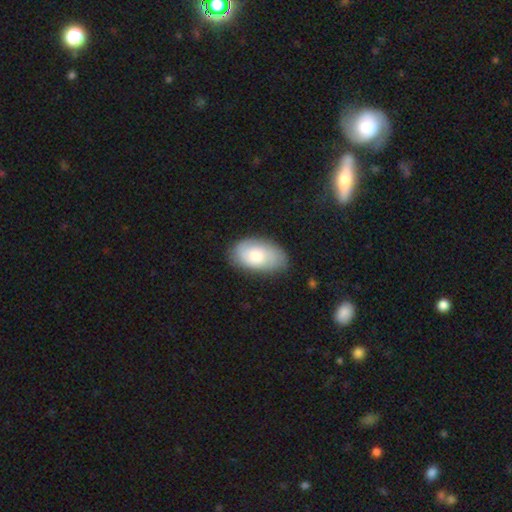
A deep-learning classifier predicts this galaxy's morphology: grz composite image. It shows a smooth galaxy with no disk features (69%) that is in between round and cigar-shaped (94%). Merging: none (74%).